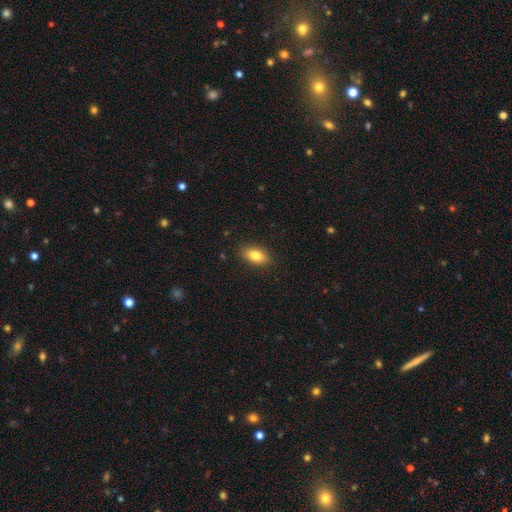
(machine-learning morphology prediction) A smooth galaxy with no disk features (83%) that is in between round and cigar-shaped (88%).

Vote fractions:
- Smooth or featured? smooth: 83% / featured or disk: 9% / star or artifact: 8%
- How rounded? in between: 88% / round: 7% / cigar-shaped: 4%
- Merging? none: 87% / minor disturbance: 10% / major disturbance: 2% / merger: 1%